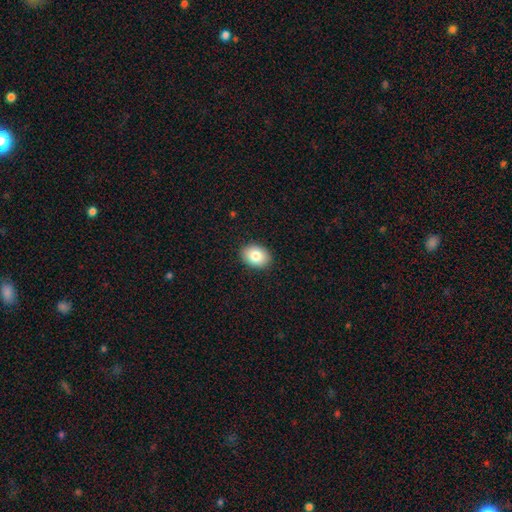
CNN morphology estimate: A smooth galaxy with no disk features (83%) that is in between round and cigar-shaped (71%). Merging: none (90%).